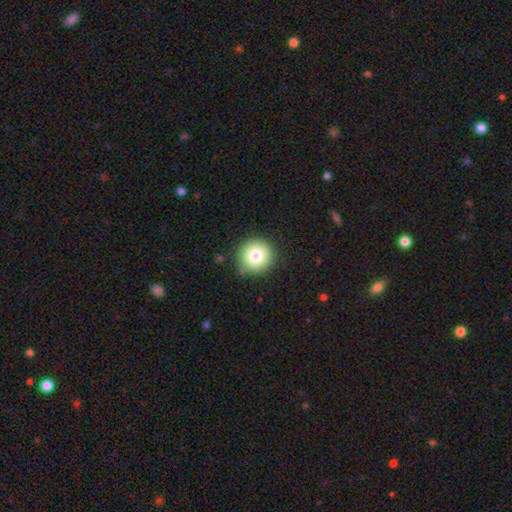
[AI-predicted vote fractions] Overall: smooth (80%). How rounded: round (95%). Merging: none (85%).